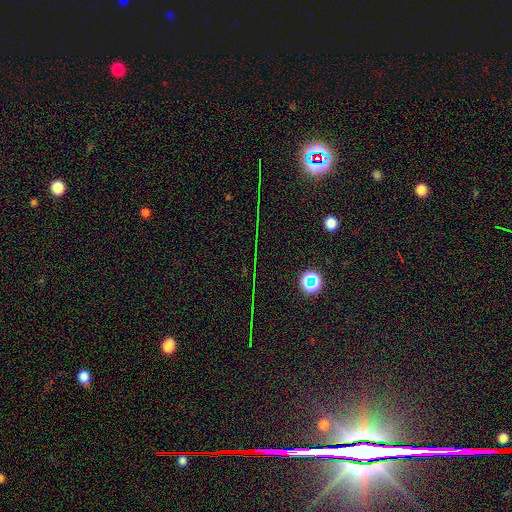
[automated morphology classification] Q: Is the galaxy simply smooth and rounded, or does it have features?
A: star or artifact — 79%.